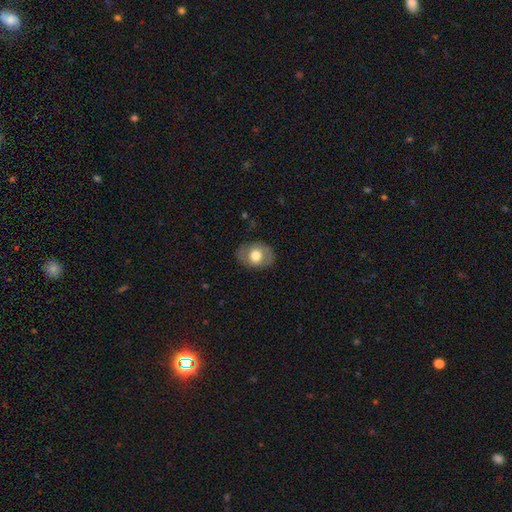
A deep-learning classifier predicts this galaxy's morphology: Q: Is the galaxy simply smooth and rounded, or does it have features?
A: smooth — 55%.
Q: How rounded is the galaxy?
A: in between — 60%.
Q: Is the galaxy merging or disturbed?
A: none — 80%.